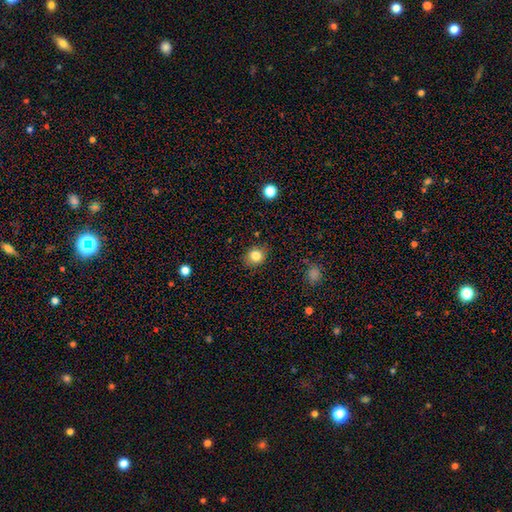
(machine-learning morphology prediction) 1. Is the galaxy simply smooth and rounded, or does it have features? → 82% smooth, 11% star or artifact, 7% featured or disk.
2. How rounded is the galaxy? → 74% round, 25% in between, 1% cigar-shaped.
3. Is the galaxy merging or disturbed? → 85% none, 11% minor disturbance, 3% major disturbance, 1% merger.